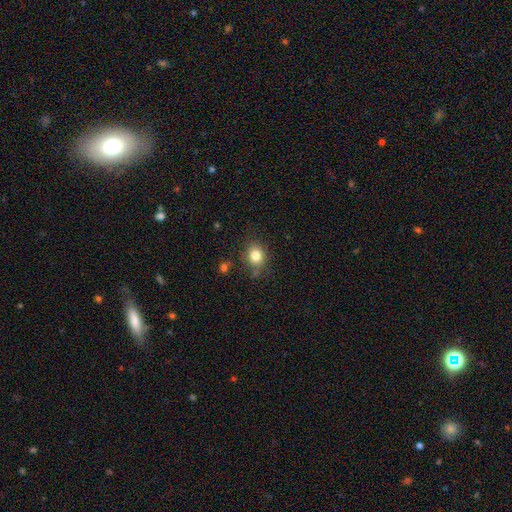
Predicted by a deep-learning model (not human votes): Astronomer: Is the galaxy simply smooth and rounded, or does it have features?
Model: smooth — 81%.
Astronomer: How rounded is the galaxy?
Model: round — 66%.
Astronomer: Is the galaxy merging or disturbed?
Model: none — 77%.